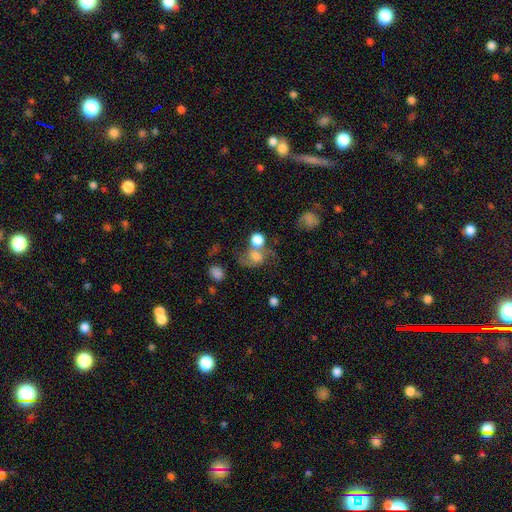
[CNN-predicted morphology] smooth-or-featured: smooth: 50% | featured or disk: 36% | star or artifact: 14%
  merging: merger: 40% | none: 32% | major disturbance: 14% | minor disturbance: 14%